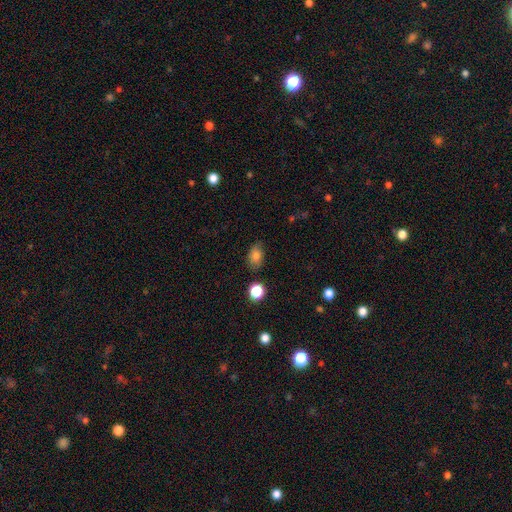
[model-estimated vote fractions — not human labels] Morphology: type=smooth (80%); roundness=in between (80%); merging=none (80%).